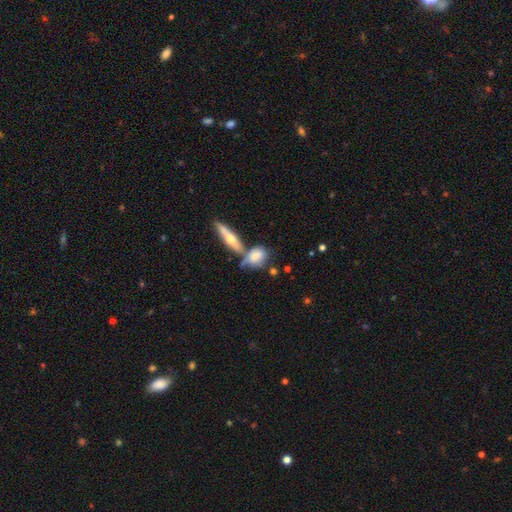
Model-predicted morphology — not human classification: Smooth or featured? Predicted: smooth (p=0.70). How rounded? Predicted: in between (p=0.62). Merging? Predicted: none (p=0.42).